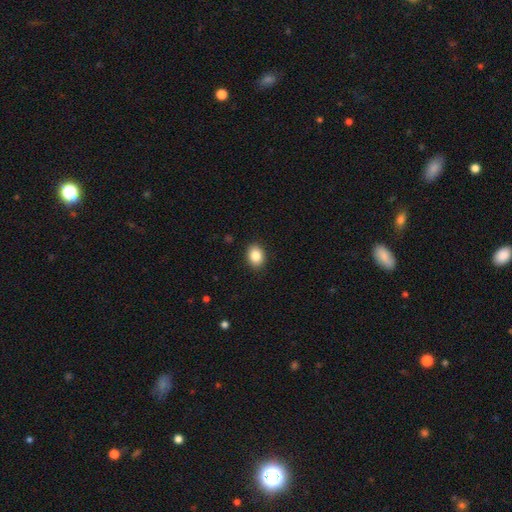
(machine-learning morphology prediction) Q: Smooth or featured?
A: smooth (85%); runner-up: star or artifact (8%)
Q: How rounded?
A: in between (63%); runner-up: round (36%)
Q: Merging?
A: none (90%); runner-up: minor disturbance (7%)